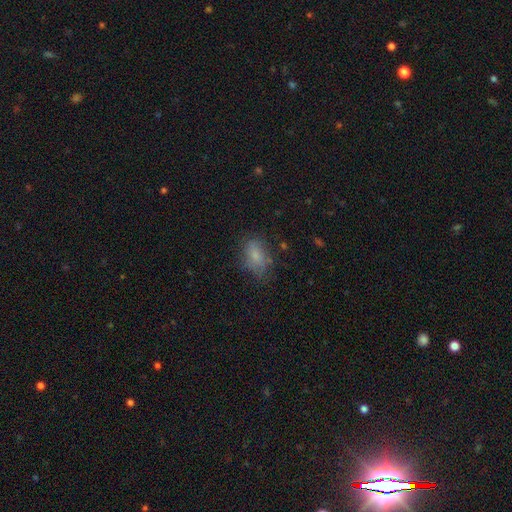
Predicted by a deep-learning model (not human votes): Smooth or featured? Predicted: smooth (p=0.74). How rounded? Predicted: in between (p=0.83). Merging? Predicted: none (p=0.63).